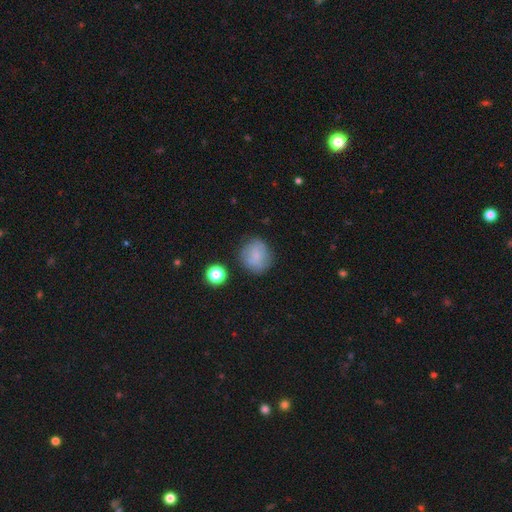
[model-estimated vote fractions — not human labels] Smooth or featured? Predicted: smooth (p=0.72). How rounded? Predicted: round (p=0.85). Merging? Predicted: none (p=0.72).